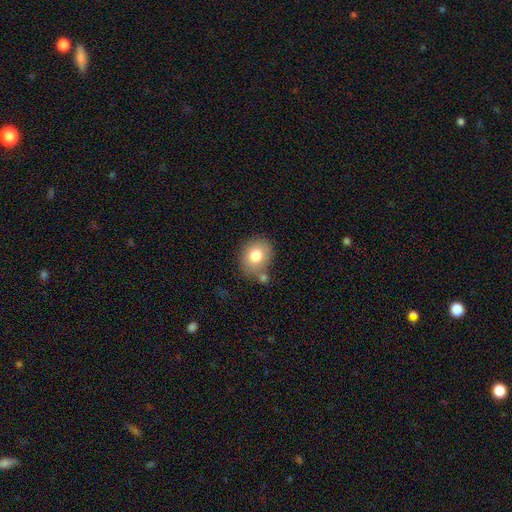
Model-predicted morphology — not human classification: This is clearly a smooth galaxy (80%). How rounded: likely round (61%). Merging: likely none (65%).